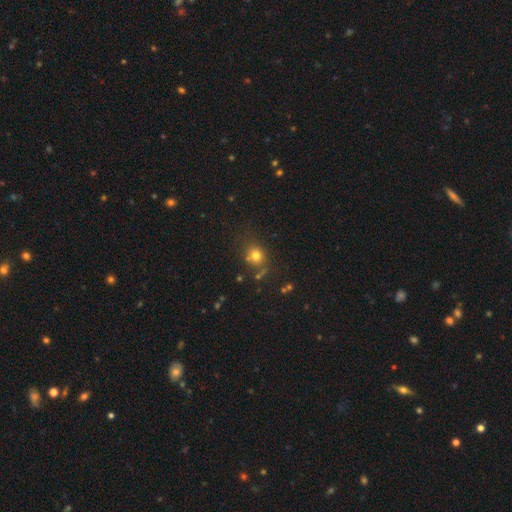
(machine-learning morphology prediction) This appears to be a smooth galaxy with no disk features (75%) that is round (75%). Merging: none (67%).